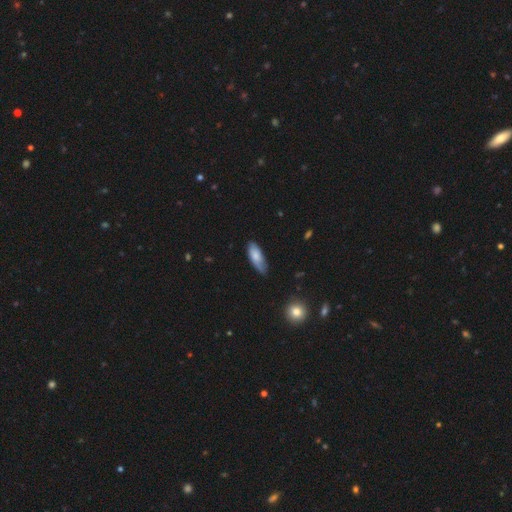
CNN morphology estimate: Smooth or featured?
  - smooth: 72% *
  - featured or disk: 21%
  - star or artifact: 6%
How rounded?
  - in between: 74% *
  - cigar-shaped: 24%
  - round: 2%
Merging?
  - none: 63% *
  - minor disturbance: 30%
  - major disturbance: 6%
  - merger: 2%